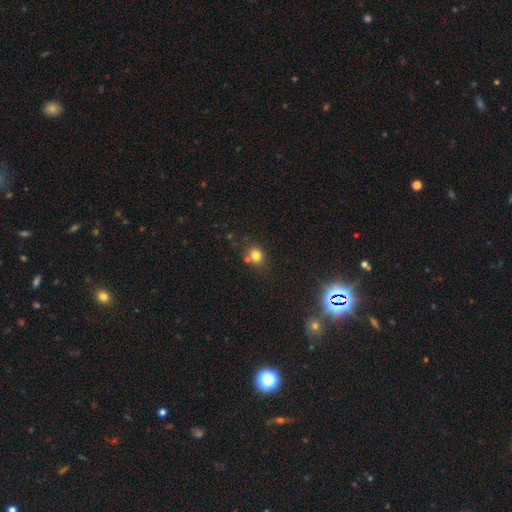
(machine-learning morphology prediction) Smooth or featured: smooth — 77% (star or artifact — 15%)
How rounded: round — 72% (in between — 27%)
Merging: none — 64% (merger — 19%)